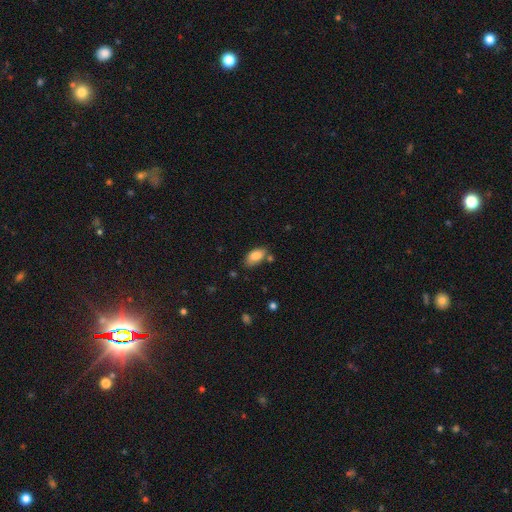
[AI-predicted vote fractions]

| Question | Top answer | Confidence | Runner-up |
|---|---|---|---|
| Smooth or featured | smooth | 85% | star or artifact (8%) |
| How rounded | in between | 92% | cigar-shaped (5%) |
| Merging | none | 66% | minor disturbance (22%) |